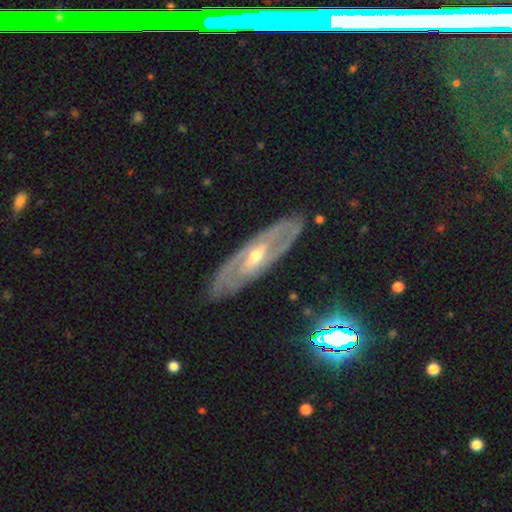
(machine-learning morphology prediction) Q: Smooth or featured?
A: featured or disk (82%); runner-up: smooth (13%)
Q: Edge-on disk?
A: no (77%); runner-up: yes (23%)
Q: Bar?
A: no (40%); runner-up: weak (38%)
Q: Spiral arms?
A: yes (75%); runner-up: no (25%)
Q: Bulge size?
A: moderate (56%); runner-up: small (39%)
Q: Merging?
A: none (83%); runner-up: minor disturbance (12%)